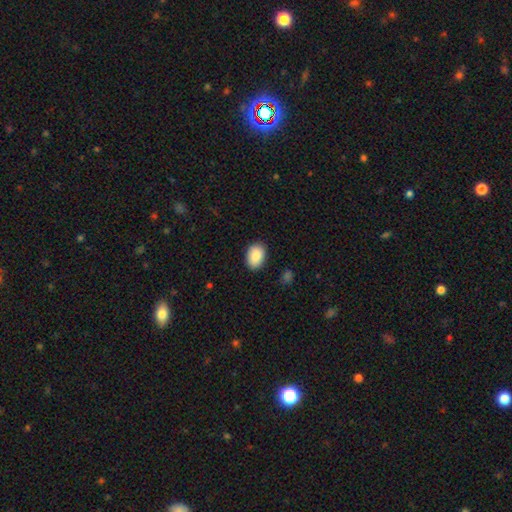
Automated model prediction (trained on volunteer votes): Overall: smooth (89%). How rounded: in between (84%). Merging: none (88%).